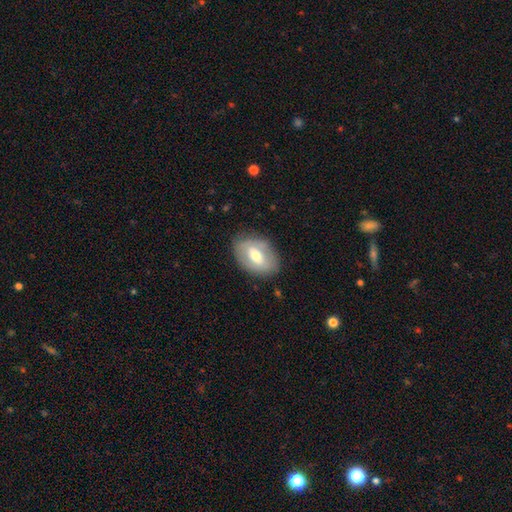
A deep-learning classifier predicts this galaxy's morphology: smooth 48%, featured or disk 45%, star or artifact 7%. Down the decision tree: merging — none (78%).